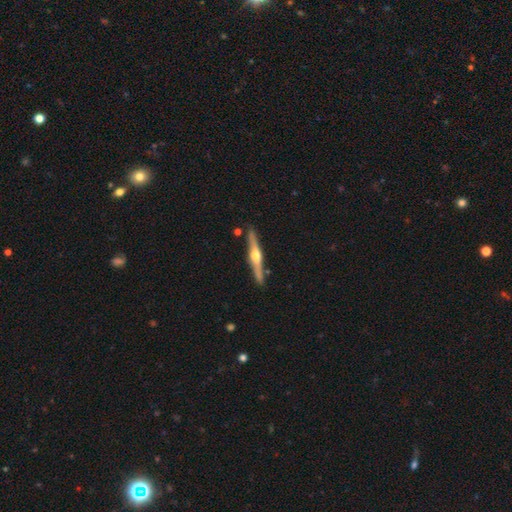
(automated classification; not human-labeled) Q: Smooth or featured?
A: featured or disk (76%); runner-up: smooth (19%)
Q: Edge-on disk?
A: yes (98%); runner-up: no (2%)
Q: Edge-on bulge?
A: rounded (94%); runner-up: boxy (3%)
Q: Merging?
A: none (88%); runner-up: minor disturbance (8%)